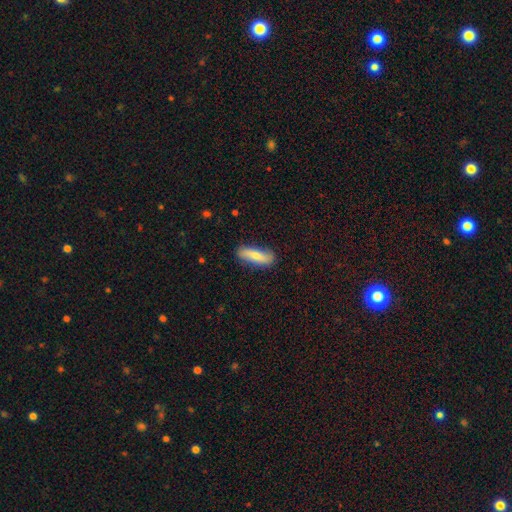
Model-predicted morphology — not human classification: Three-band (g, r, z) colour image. It shows a smooth galaxy with no disk features (68%) that is in between round and cigar-shaped (52%). Merging: none (83%).